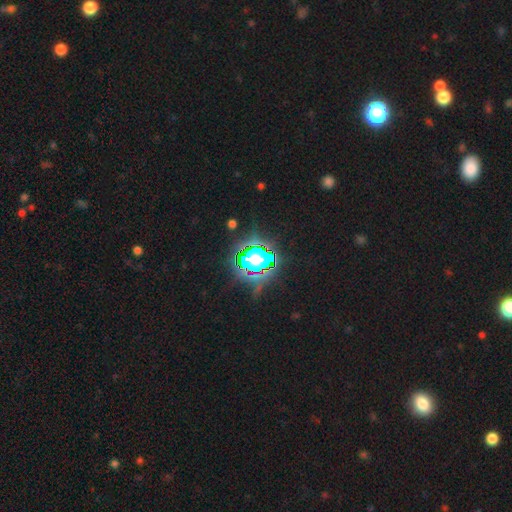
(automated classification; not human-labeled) Smooth or featured? Predicted: star or artifact (p=0.69).